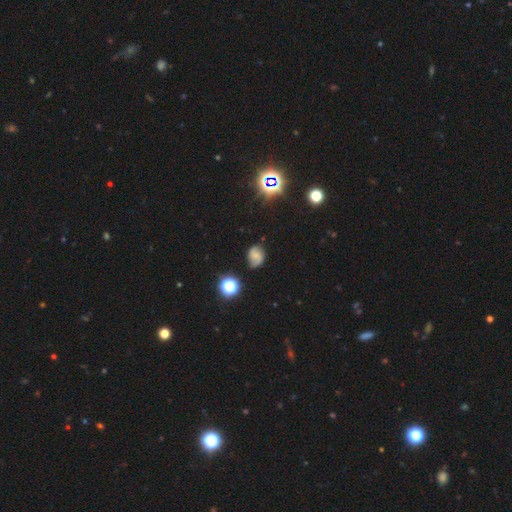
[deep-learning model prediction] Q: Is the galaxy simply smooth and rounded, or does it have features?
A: smooth — 43%.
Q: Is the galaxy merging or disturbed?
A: none — 66%.